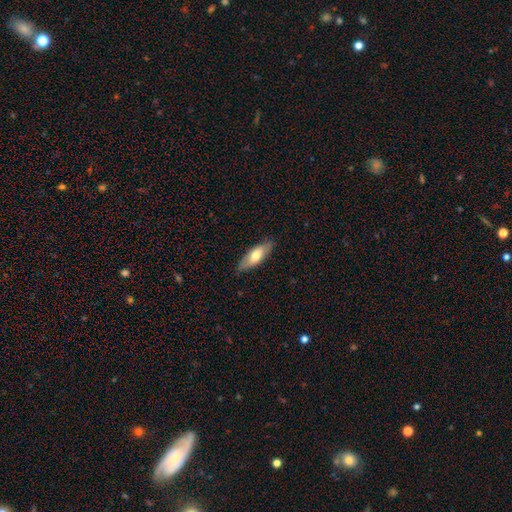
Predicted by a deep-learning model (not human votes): Smooth or featured: smooth — 64% (featured or disk — 31%)
How rounded: in between — 60% (cigar-shaped — 38%)
Merging: none — 84% (minor disturbance — 13%)